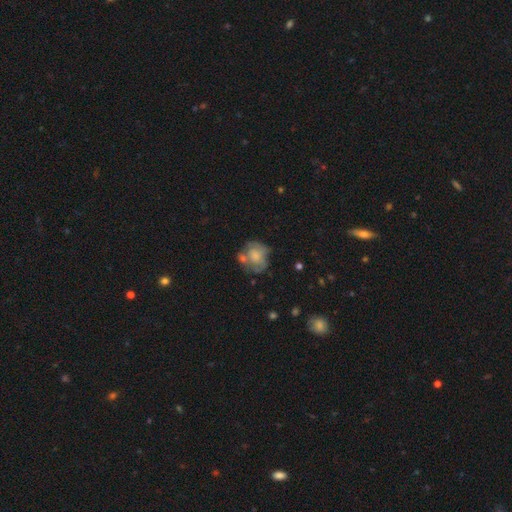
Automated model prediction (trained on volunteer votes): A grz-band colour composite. It shows a featured or disk galaxy (47%). Merging: none (41%).